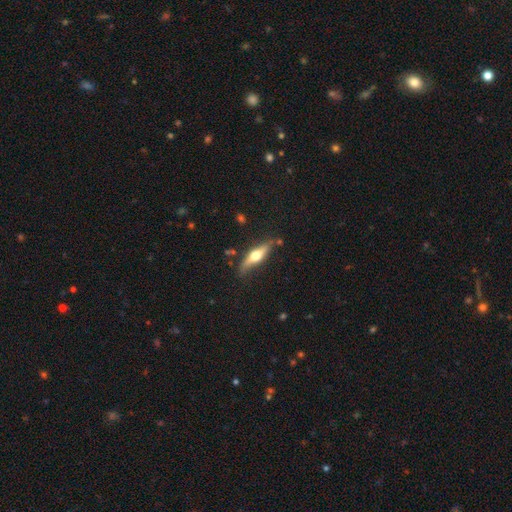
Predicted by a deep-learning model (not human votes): Q: Smooth or featured?
A: featured or disk (58%); runner-up: smooth (36%)
Q: Edge-on disk?
A: yes (91%); runner-up: no (9%)
Q: Edge-on bulge?
A: rounded (94%); runner-up: boxy (3%)
Q: Merging?
A: none (76%); runner-up: minor disturbance (16%)